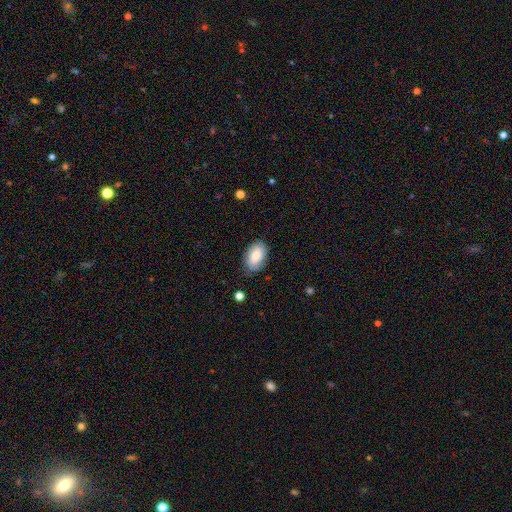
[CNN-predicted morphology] A smooth galaxy with no disk features (70%) that is in between round and cigar-shaped (91%). Merging: none (75%).